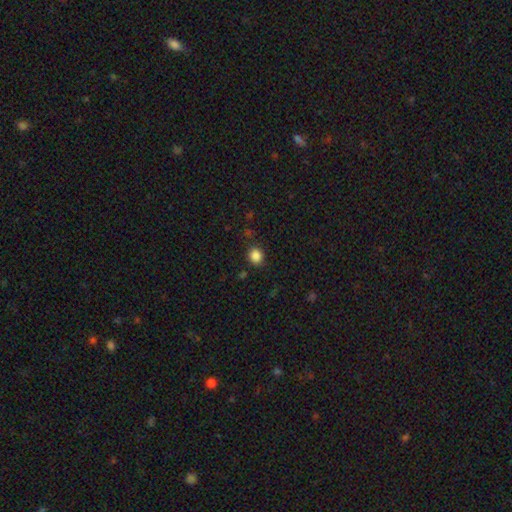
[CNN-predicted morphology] Q: Smooth or featured?
A: smooth (86%); runner-up: star or artifact (11%)
Q: How rounded?
A: round (77%); runner-up: in between (22%)
Q: Merging?
A: none (86%); runner-up: minor disturbance (9%)